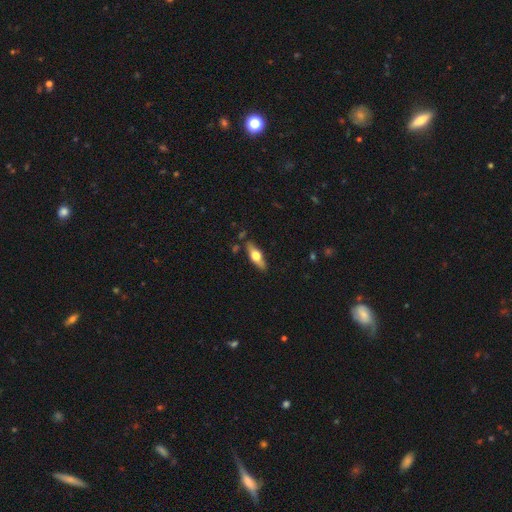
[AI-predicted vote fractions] smooth-or-featured: featured or disk: 52% | smooth: 42% | star or artifact: 6%
  disk-edge-on: yes: 89% | no: 11%
  merging: none: 83% | minor disturbance: 11% | merger: 3% | major disturbance: 3%